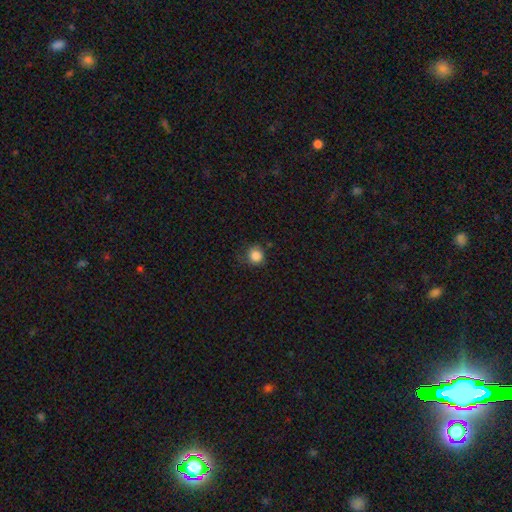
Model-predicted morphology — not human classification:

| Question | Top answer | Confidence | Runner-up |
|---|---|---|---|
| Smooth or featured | smooth | 86% | star or artifact (11%) |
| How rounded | round | 89% | in between (10%) |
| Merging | none | 75% | minor disturbance (18%) |